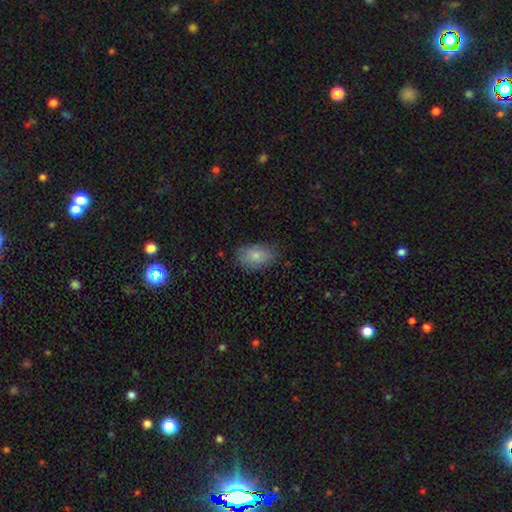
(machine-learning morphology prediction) Smooth or featured? smooth (81%)
How rounded? in between (88%)
Merging? none (76%)